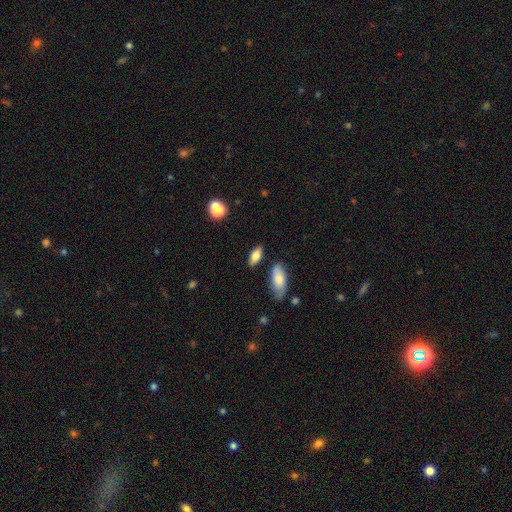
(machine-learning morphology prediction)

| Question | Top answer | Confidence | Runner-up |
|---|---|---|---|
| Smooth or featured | smooth | 80% | featured or disk (12%) |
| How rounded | in between | 82% | cigar-shaped (13%) |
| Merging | none | 78% | minor disturbance (13%) |